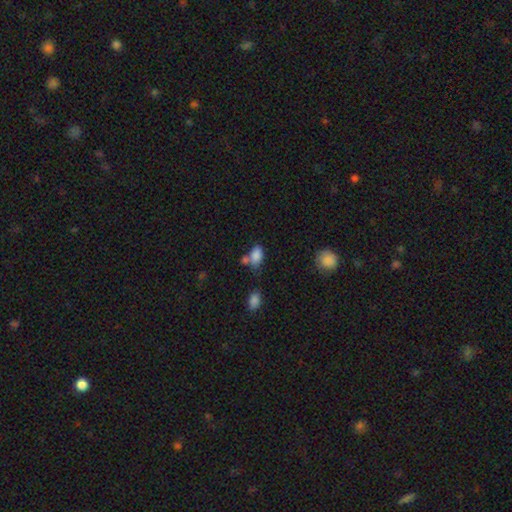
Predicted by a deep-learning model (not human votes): A smooth galaxy with no disk features (83%) that is in between round and cigar-shaped (89%). Merging: none (42%).